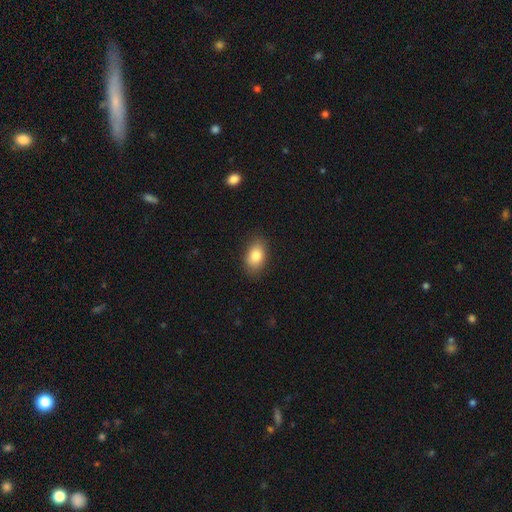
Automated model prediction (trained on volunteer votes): Smooth or featured? smooth (83%)
How rounded? in between (87%)
Merging? none (85%)